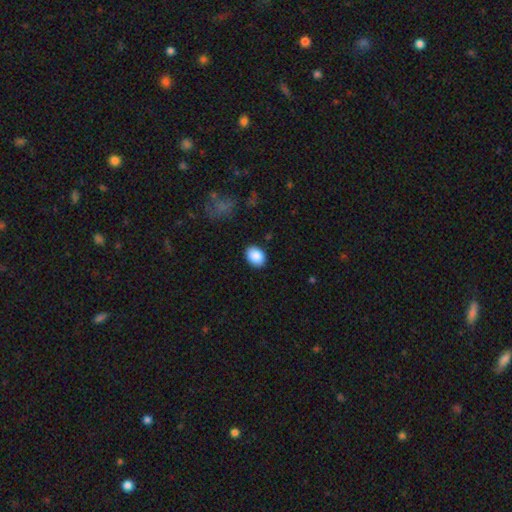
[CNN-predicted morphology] A smooth galaxy with no disk features (89%) that is in between round and cigar-shaped (68%).

Vote fractions:
- Smooth or featured? smooth: 89% / star or artifact: 7% / featured or disk: 4%
- How rounded? in between: 68% / round: 31% / cigar-shaped: 1%
- Merging? none: 87% / minor disturbance: 9% / major disturbance: 2% / merger: 1%